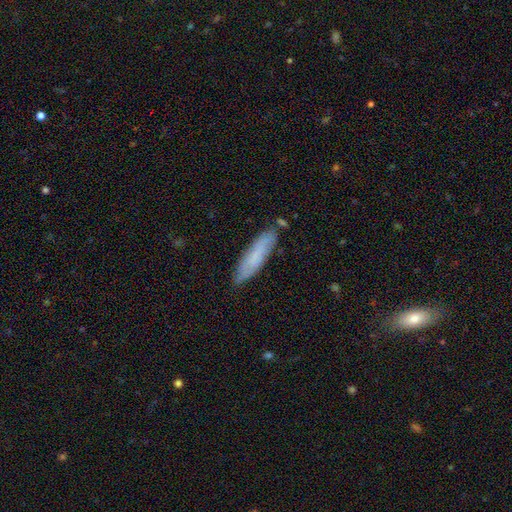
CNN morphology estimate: A smooth galaxy with no disk features (68%) that is cigar-shaped (79%).

Vote fractions:
- Smooth or featured? smooth: 68% / featured or disk: 25% / star or artifact: 7%
- How rounded? cigar-shaped: 79% / in between: 20% / round: 1%
- Merging? none: 80% / minor disturbance: 15% / major disturbance: 3% / merger: 2%